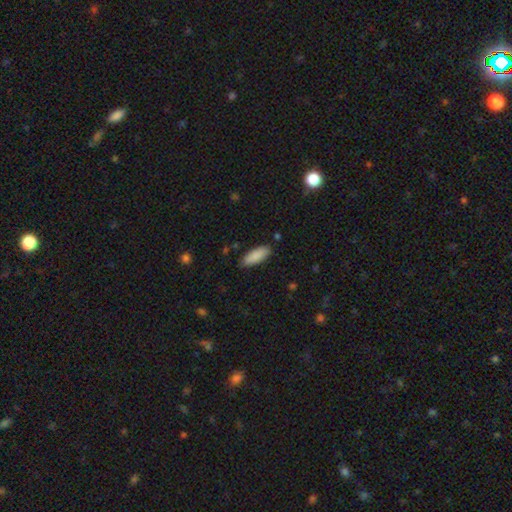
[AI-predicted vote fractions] Smooth or featured? smooth (88%)
How rounded? in between (70%)
Merging? none (85%)